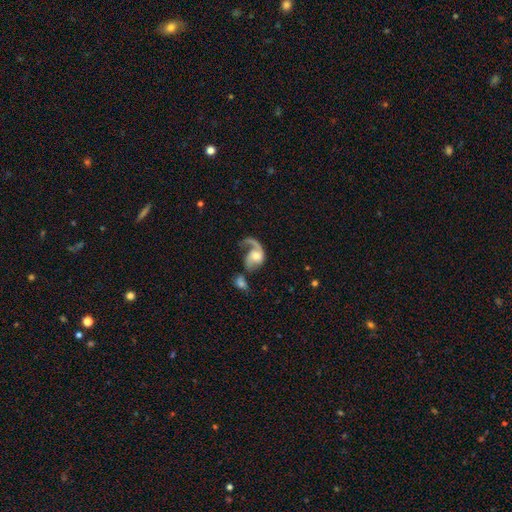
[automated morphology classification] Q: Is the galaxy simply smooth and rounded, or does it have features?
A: featured or disk — 79%.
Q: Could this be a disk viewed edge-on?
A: no — 97%.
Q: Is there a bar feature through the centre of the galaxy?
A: no — 65%.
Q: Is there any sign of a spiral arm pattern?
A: yes — 91%.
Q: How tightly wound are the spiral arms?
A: loose — 63%.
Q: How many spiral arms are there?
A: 1 — 62%.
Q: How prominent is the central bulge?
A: moderate — 50%.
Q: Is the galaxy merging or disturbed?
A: major disturbance — 36%.